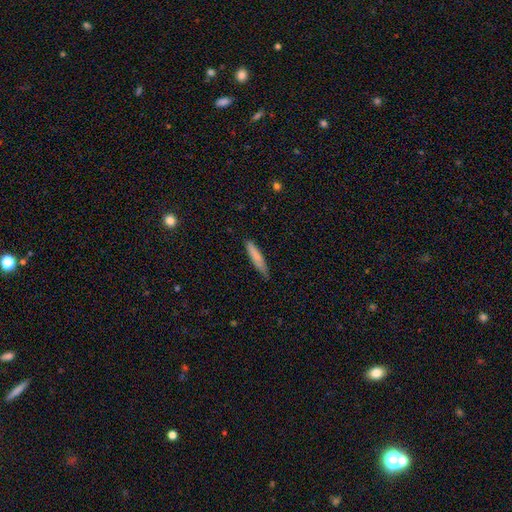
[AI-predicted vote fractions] smooth 78%, featured or disk 16%, star or artifact 6%. Down the decision tree: how rounded — cigar-shaped (90%); merging — none (78%).